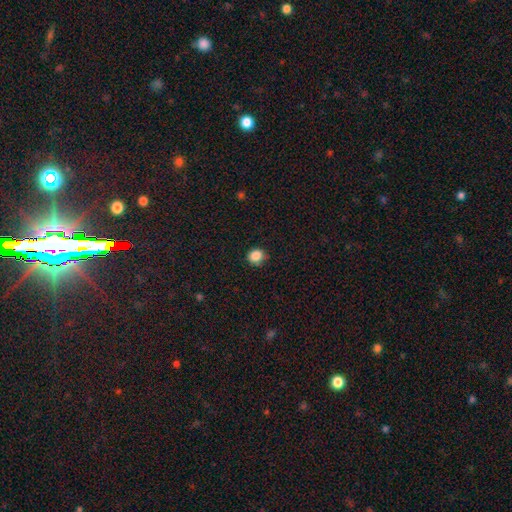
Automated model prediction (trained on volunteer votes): Q: Smooth or featured?
A: smooth (86%); runner-up: star or artifact (10%)
Q: How rounded?
A: round (82%); runner-up: in between (17%)
Q: Merging?
A: none (78%); runner-up: minor disturbance (17%)